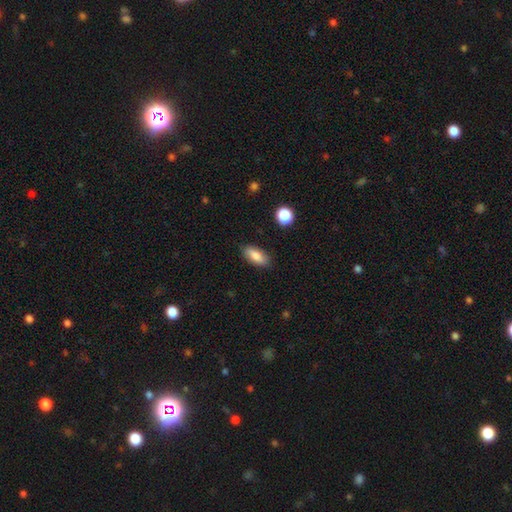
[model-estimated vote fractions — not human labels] Smooth or featured?
  - smooth: 82% *
  - featured or disk: 11%
  - star or artifact: 7%
How rounded?
  - in between: 81% *
  - cigar-shaped: 16%
  - round: 3%
Merging?
  - none: 86% *
  - minor disturbance: 11%
  - major disturbance: 2%
  - merger: 1%